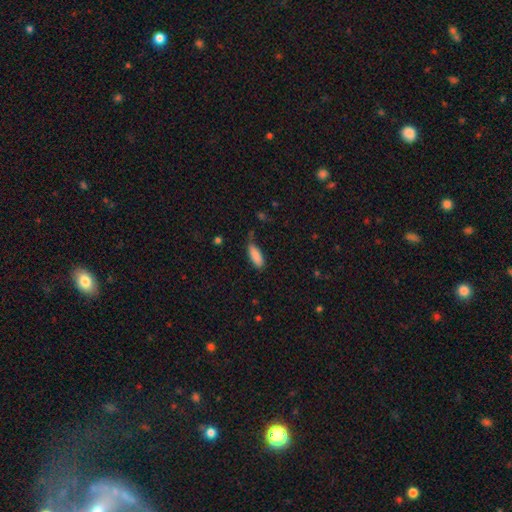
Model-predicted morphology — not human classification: A smooth galaxy with no disk features (88%) that is in between round and cigar-shaped (70%). Merging: none (61%).